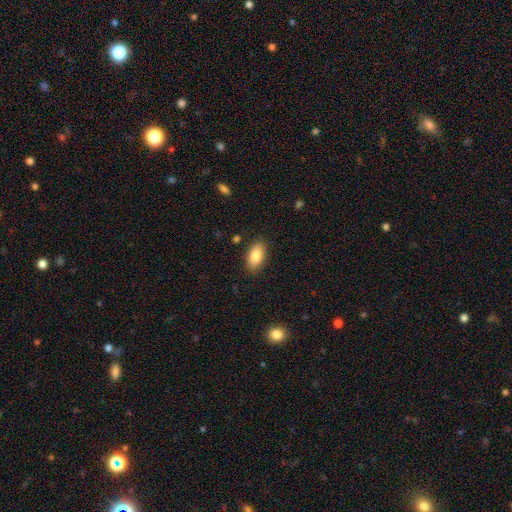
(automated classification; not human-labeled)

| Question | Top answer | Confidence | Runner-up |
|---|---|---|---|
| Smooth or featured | smooth | 85% | featured or disk (8%) |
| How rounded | in between | 90% | cigar-shaped (7%) |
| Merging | none | 87% | minor disturbance (9%) |